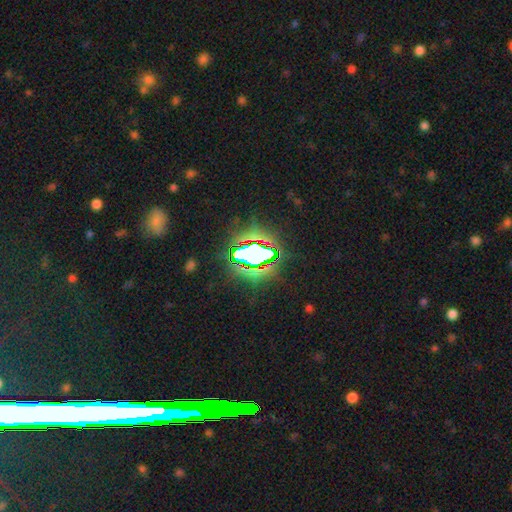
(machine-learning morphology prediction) The model was most divided on "smooth or featured": star or artifact: 71%, smooth: 16%, featured or disk: 13%.